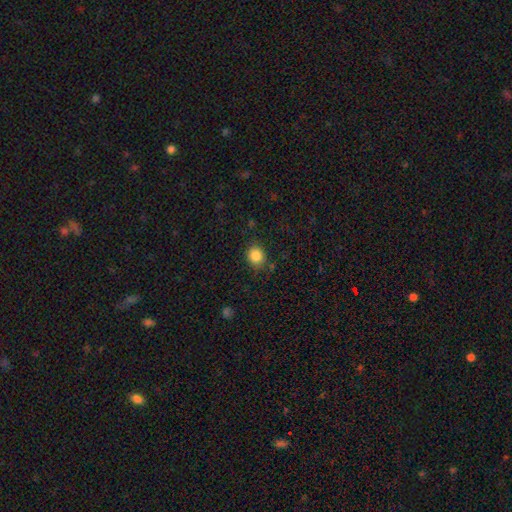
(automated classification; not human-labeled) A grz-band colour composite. It shows a smooth galaxy with no disk features (85%) that is round (70%). Merging: none (81%).